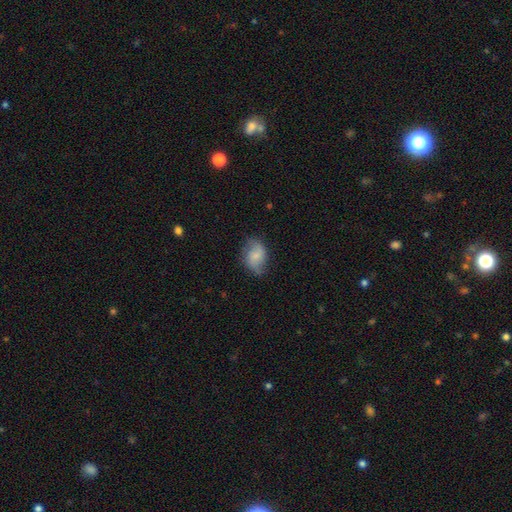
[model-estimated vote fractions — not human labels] The model was most divided on "smooth or featured": smooth: 52%, featured or disk: 41%, star or artifact: 8%. More confident: how rounded — in between (71%); merging — none (62%).